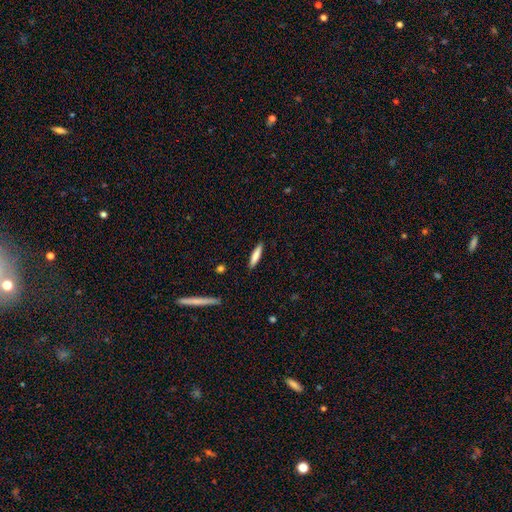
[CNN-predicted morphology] A smooth galaxy with no disk features (79%) that is cigar-shaped (84%). Merging: none (89%).